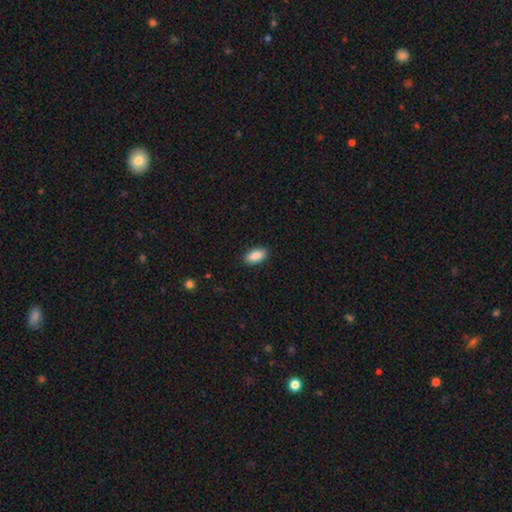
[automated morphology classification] A smooth galaxy with no disk features (90%) that is in between round and cigar-shaped (92%). Merging: none (89%).